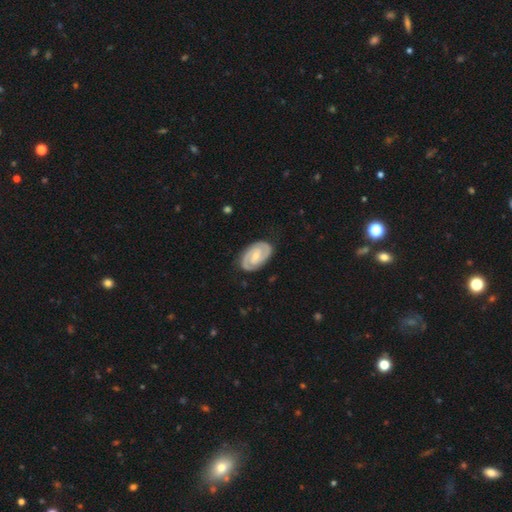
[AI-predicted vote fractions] Overall: featured or disk (87%). Edge-on disk: no (97%). Bar: weak (46%; no 40%). Spiral arms: yes (97%). Spiral arm count: 2 (91%). Spiral winding: tight (64%; medium 31%). Bulge size: small (55%; moderate 37%). Merging: none (85%).